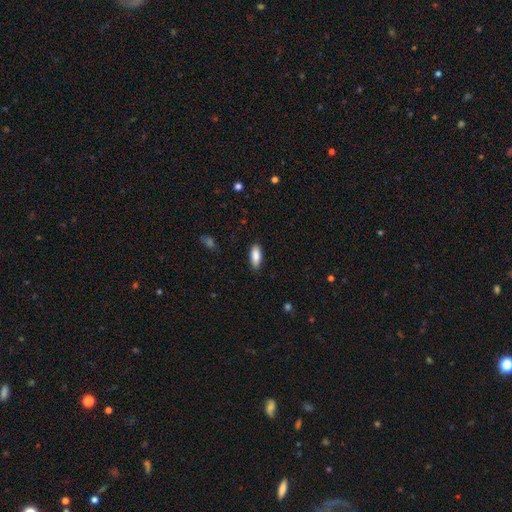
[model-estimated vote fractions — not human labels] smooth_or_featured: smooth (p=0.88) [alt: star or artifact p=0.06]
how_rounded: in between (p=0.79) [alt: cigar-shaped p=0.19]
merging: none (p=0.86) [alt: minor disturbance p=0.10]